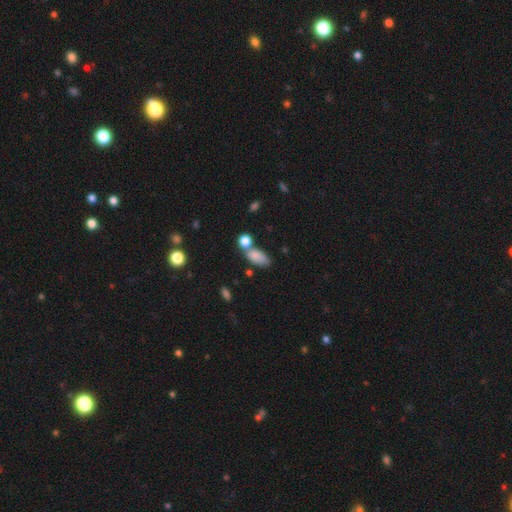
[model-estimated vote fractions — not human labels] smooth_or_featured: smooth (p=0.82) [alt: star or artifact p=0.09]
how_rounded: in between (p=0.84) [alt: cigar-shaped p=0.08]
merging: none (p=0.48) [alt: merger p=0.29]